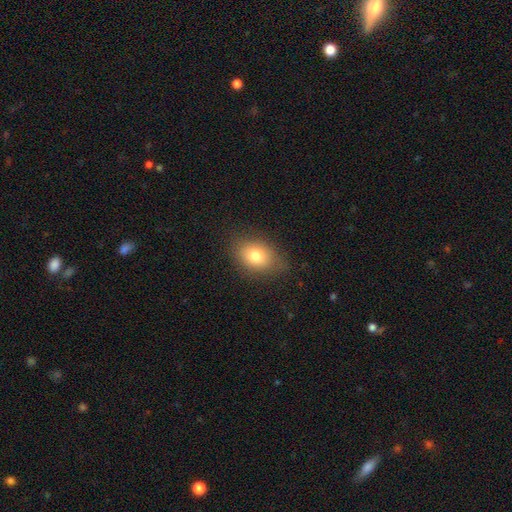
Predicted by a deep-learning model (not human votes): Smooth or featured? Predicted: smooth (p=0.78). How rounded? Predicted: in between (p=0.66). Merging? Predicted: none (p=0.77).